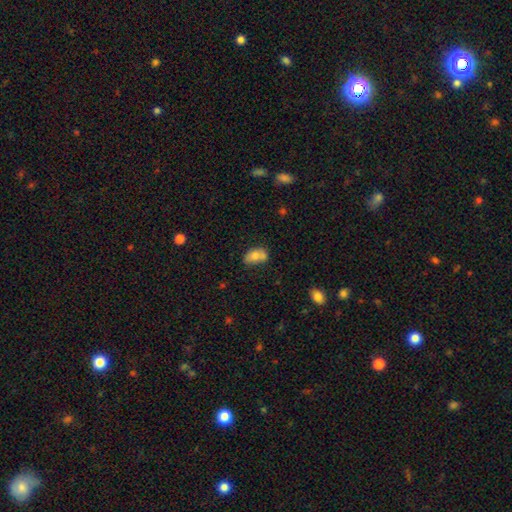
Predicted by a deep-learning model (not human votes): A smooth galaxy with no disk features (74%) that is in between round and cigar-shaped (87%).

Vote fractions:
- Smooth or featured? smooth: 74% / featured or disk: 17% / star or artifact: 9%
- How rounded? in between: 87% / round: 11% / cigar-shaped: 2%
- Merging? none: 45% / merger: 26% / minor disturbance: 22% / major disturbance: 7%